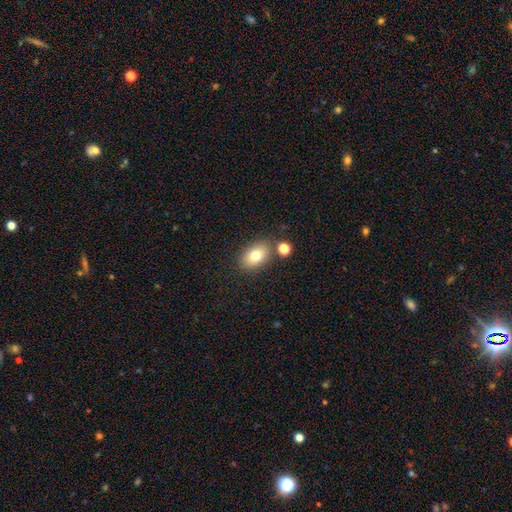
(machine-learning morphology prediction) type=smooth (78%); roundness=in between (85%); merging=none (78%).